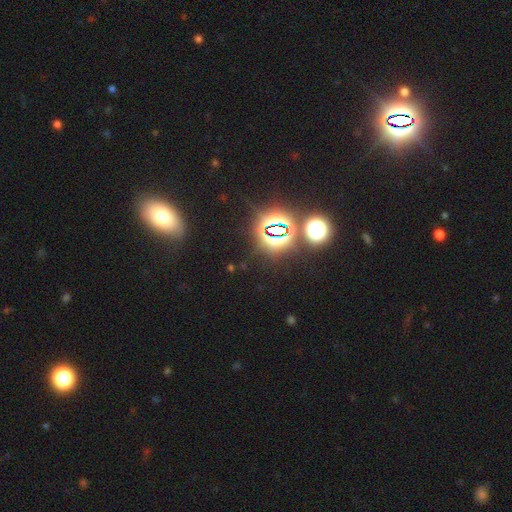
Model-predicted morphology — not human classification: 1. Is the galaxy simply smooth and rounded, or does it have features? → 68% star or artifact, 19% smooth, 12% featured or disk.